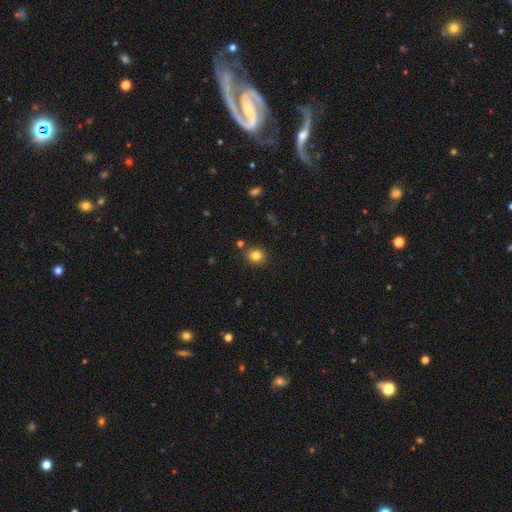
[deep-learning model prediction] smooth-or-featured: smooth: 81% | star or artifact: 13% | featured or disk: 6%
  how-rounded: round: 86% | in between: 13% | cigar-shaped: 1%
  merging: none: 86% | minor disturbance: 8% | merger: 4% | major disturbance: 2%